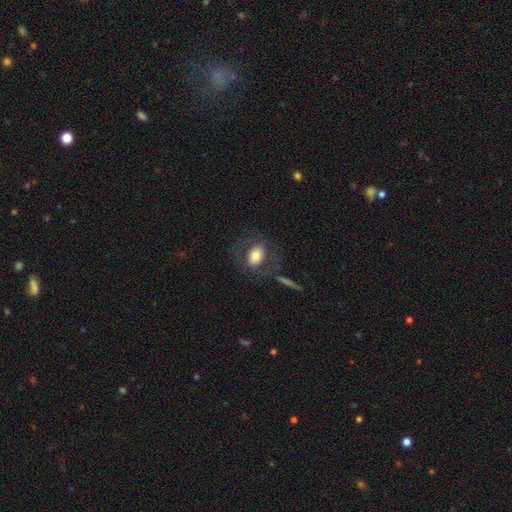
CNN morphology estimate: Smooth or featured? Predicted: smooth (p=0.67). How rounded? Predicted: in between (p=0.70). Merging? Predicted: none (p=0.69).